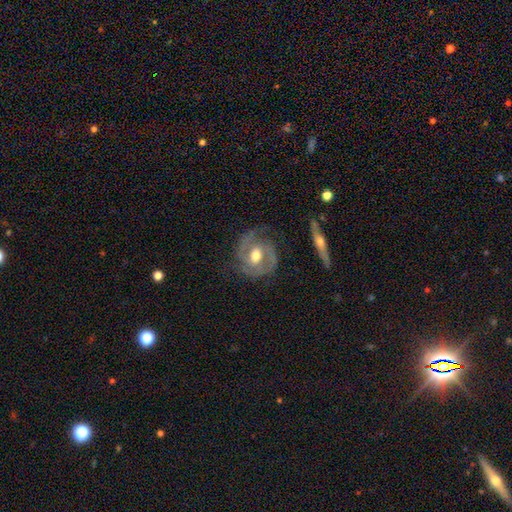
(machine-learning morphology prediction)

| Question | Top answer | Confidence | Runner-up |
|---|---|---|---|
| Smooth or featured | featured or disk | 82% | smooth (13%) |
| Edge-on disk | no | 96% | yes (4%) |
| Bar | weak | 43% | no (41%) |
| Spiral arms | yes | 91% | no (9%) |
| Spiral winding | medium | 44% | tight (43%) |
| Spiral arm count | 2 | 71% | can't tell (10%) |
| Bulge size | moderate | 77% | large (10%) |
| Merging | none | 68% | minor disturbance (20%) |